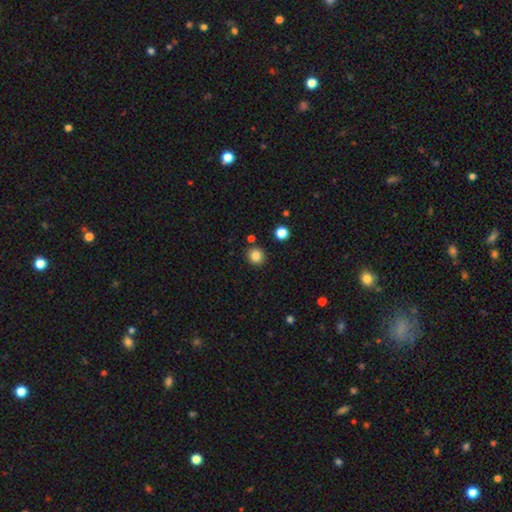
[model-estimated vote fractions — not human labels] Smooth or featured? smooth (84%)
How rounded? round (88%)
Merging? none (87%)